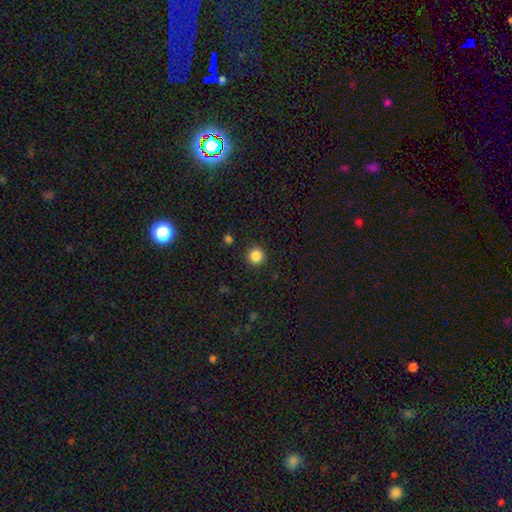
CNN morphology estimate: Smooth or featured: smooth — 86% (star or artifact — 11%)
How rounded: round — 95% (in between — 4%)
Merging: none — 92% (minor disturbance — 5%)